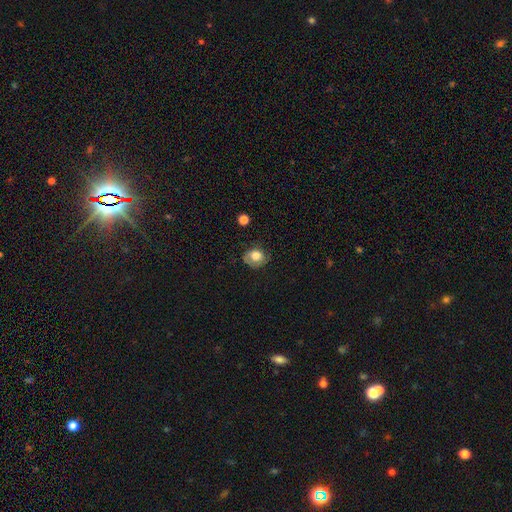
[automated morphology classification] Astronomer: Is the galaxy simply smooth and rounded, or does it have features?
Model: smooth — 71%.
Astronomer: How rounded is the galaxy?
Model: round — 59% (runner-up: in between, 40%).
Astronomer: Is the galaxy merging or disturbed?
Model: none — 61%.